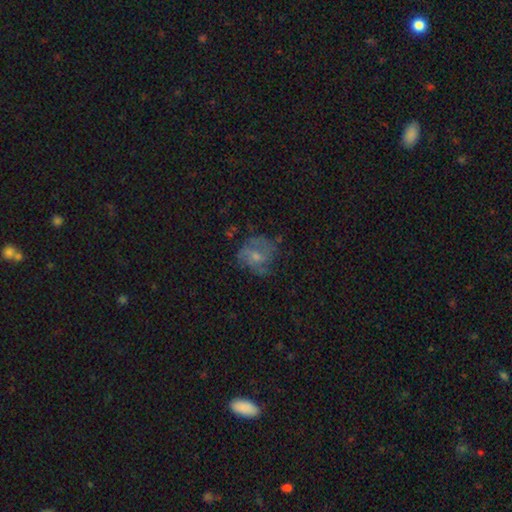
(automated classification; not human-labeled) A featured or disk galaxy (53%) with no bar (63%), spiral arms (64%) and a moderate central bulge (43%). Merging: none (56%).